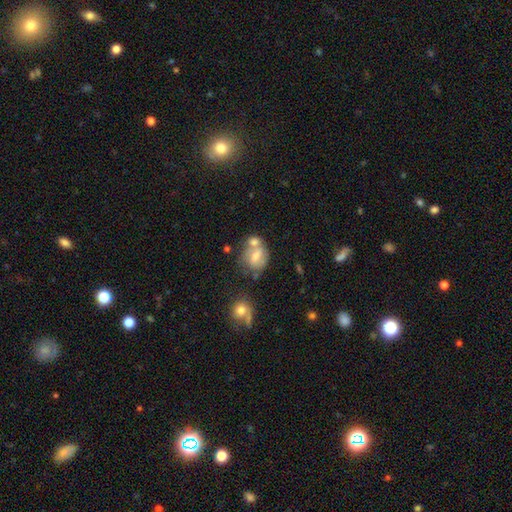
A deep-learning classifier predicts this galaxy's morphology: smooth_or_featured: smooth (p=0.57) [alt: featured or disk p=0.34]
how_rounded: in between (p=0.50) [alt: round p=0.49]
merging: merger (p=0.44) [alt: none p=0.34]